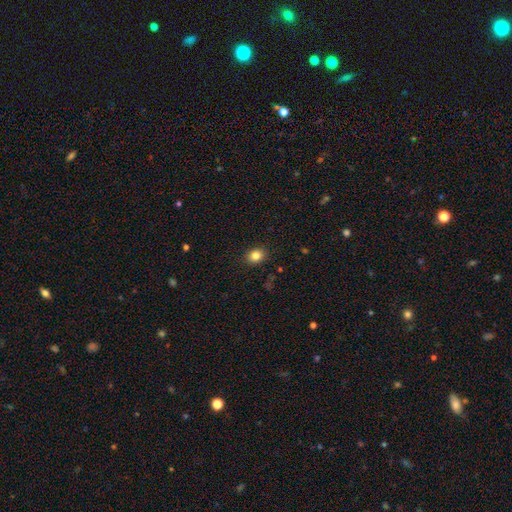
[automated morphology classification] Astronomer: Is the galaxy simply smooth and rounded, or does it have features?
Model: smooth — 83%.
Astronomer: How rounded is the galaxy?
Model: round — 56% (runner-up: in between, 43%).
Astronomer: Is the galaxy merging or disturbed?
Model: none — 88%.